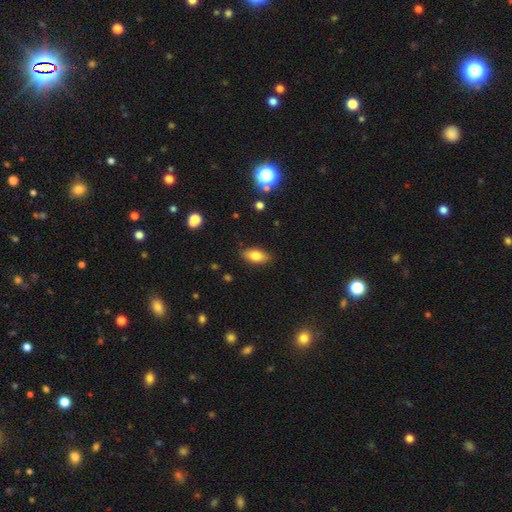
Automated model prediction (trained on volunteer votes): Q: Smooth or featured?
A: smooth (79%); runner-up: featured or disk (13%)
Q: How rounded?
A: in between (88%); runner-up: cigar-shaped (8%)
Q: Merging?
A: none (86%); runner-up: minor disturbance (10%)